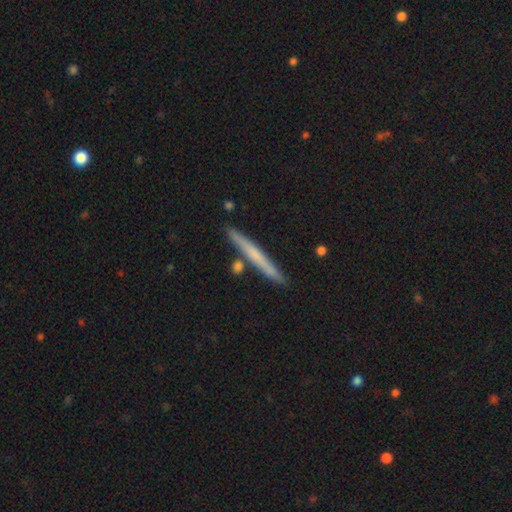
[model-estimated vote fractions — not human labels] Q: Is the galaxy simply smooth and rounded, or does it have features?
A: smooth — 52%.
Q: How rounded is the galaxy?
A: cigar-shaped — 96%.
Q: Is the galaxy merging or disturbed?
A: none — 85%.